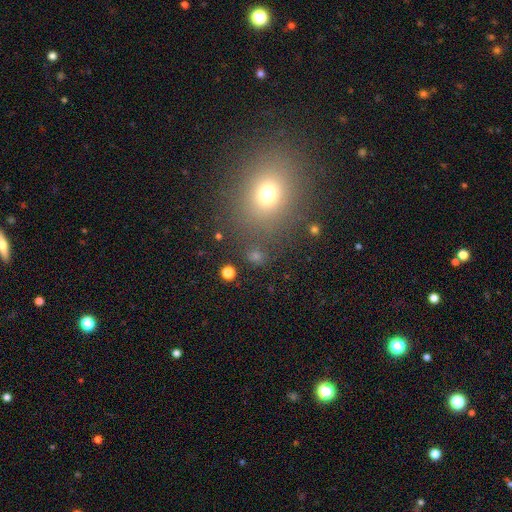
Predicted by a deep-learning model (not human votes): smooth_or_featured: smooth (p=0.60) [alt: star or artifact p=0.31]
how_rounded: round (p=0.71) [alt: in between p=0.27]
merging: none (p=0.79) [alt: minor disturbance p=0.09]